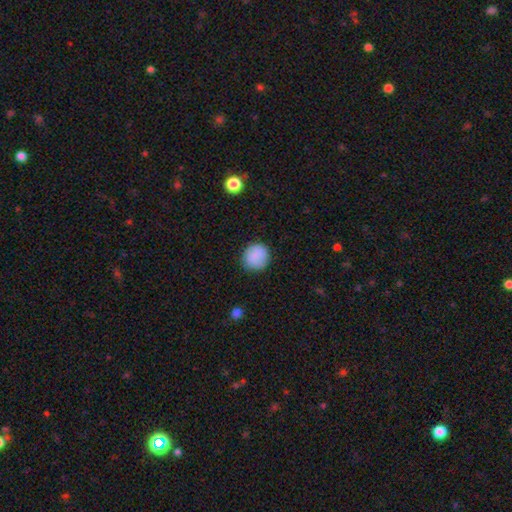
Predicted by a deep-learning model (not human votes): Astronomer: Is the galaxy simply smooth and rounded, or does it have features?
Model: smooth — 87%.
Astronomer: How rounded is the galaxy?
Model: round — 89%.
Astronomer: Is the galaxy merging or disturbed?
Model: none — 87%.